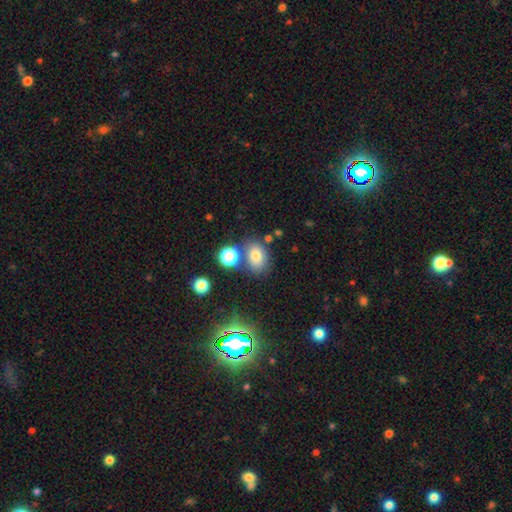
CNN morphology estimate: Smooth or featured? smooth (77%)
How rounded? in between (71%)
Merging? none (69%)